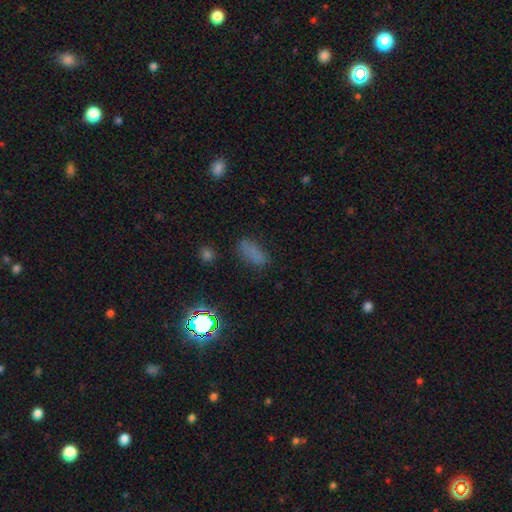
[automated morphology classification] A smooth galaxy with no disk features (63%) that is in between round and cigar-shaped (73%). Merging: none (74%).